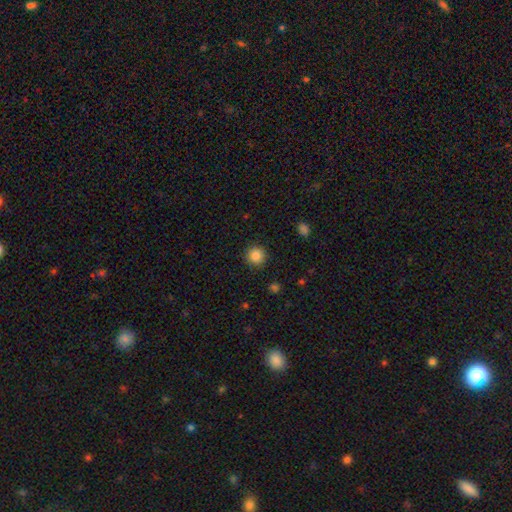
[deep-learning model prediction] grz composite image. It shows a smooth galaxy with no disk features (86%) that is round (94%). Merging: none (91%).